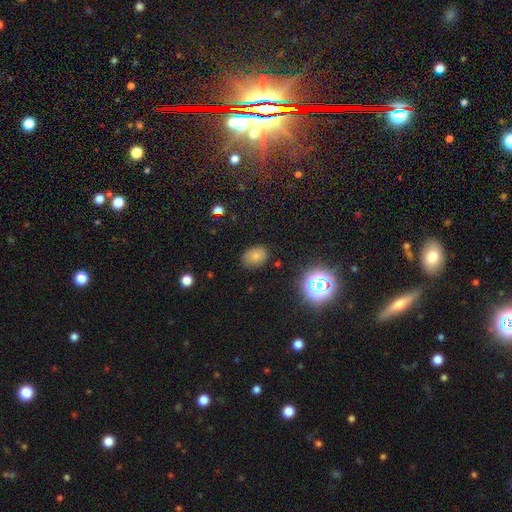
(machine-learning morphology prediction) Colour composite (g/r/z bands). It shows a smooth galaxy with no disk features (72%) that is in between round and cigar-shaped (70%). Merging: none (82%).